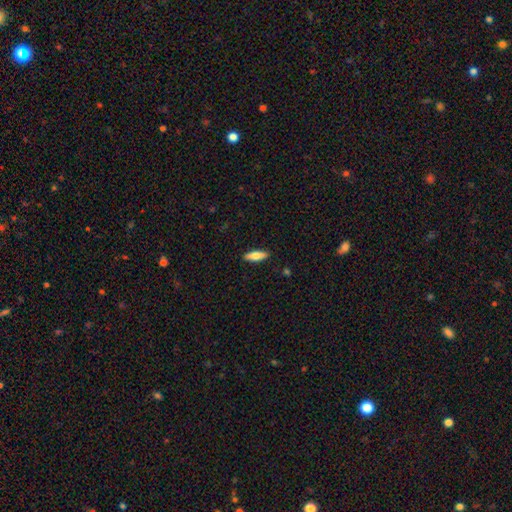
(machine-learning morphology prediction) Overall: smooth (71%). How rounded: in between (49%, tied with cigar-shaped). Merging: none (90%).